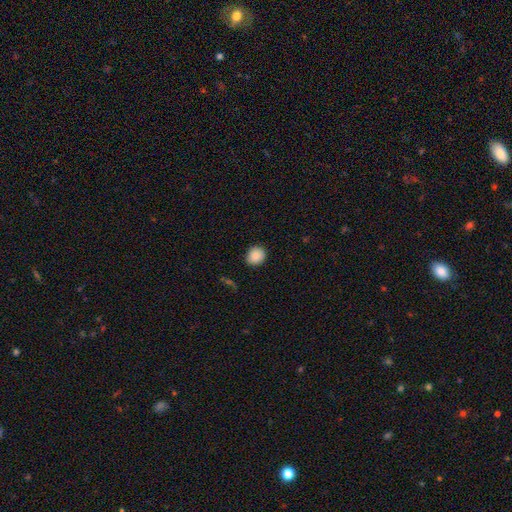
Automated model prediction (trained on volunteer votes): Smooth or featured: smooth — 88% (star or artifact — 8%)
How rounded: round — 75% (in between — 24%)
Merging: none — 88% (minor disturbance — 9%)